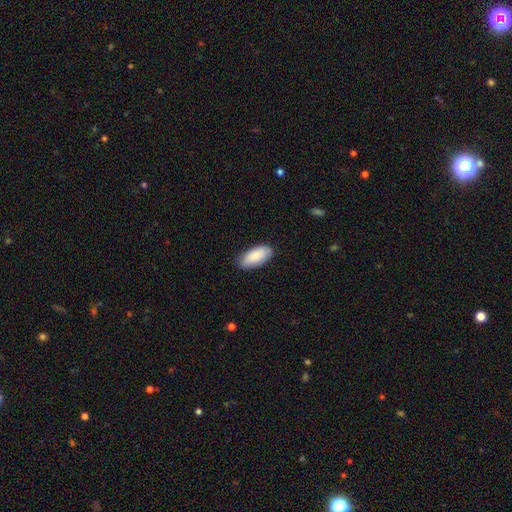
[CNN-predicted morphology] Smooth or featured?
  - smooth: 88% *
  - featured or disk: 7%
  - star or artifact: 6%
How rounded?
  - in between: 90% *
  - cigar-shaped: 8%
  - round: 2%
Merging?
  - none: 84% *
  - minor disturbance: 13%
  - major disturbance: 2%
  - merger: 1%